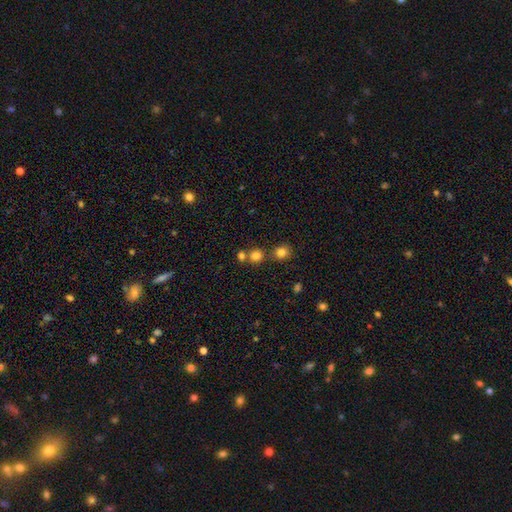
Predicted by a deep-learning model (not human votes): A smooth galaxy with no disk features (79%) that is round (88%).

Vote fractions:
- Smooth or featured? smooth: 79% / star or artifact: 15% / featured or disk: 6%
- How rounded? round: 88% / in between: 11% / cigar-shaped: 1%
- Merging? none: 65% / merger: 25% / minor disturbance: 7% / major disturbance: 3%